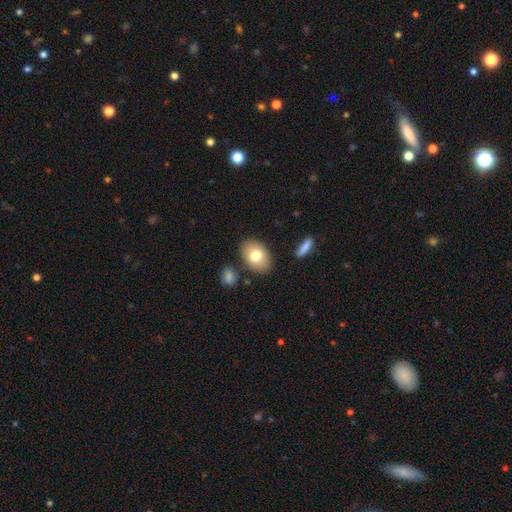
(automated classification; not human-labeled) A smooth galaxy with no disk features (75%) that is in between round and cigar-shaped (81%).

Vote fractions:
- Smooth or featured? smooth: 75% / featured or disk: 18% / star or artifact: 8%
- How rounded? in between: 81% / round: 18% / cigar-shaped: 1%
- Merging? none: 82% / minor disturbance: 11% / merger: 4% / major disturbance: 3%